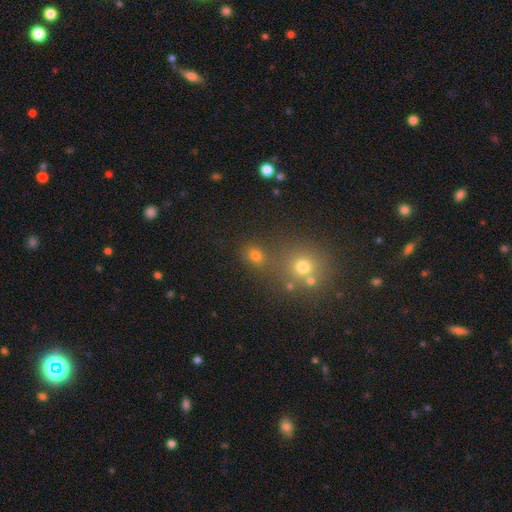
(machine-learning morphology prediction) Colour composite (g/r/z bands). It shows a smooth galaxy with no disk features (66%) that is round (70%). Merging: none (62%).